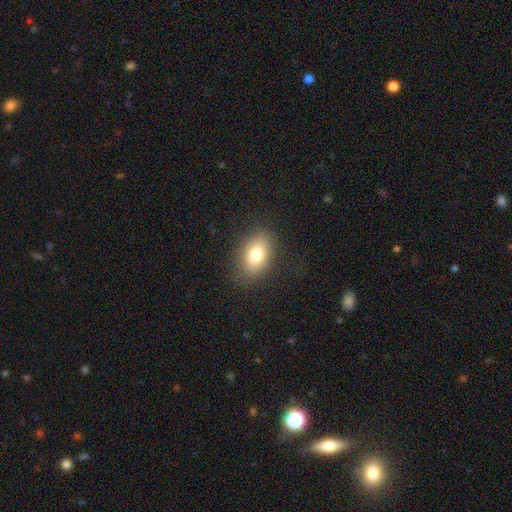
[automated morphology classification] smooth-or-featured: smooth: 79% | featured or disk: 12% | star or artifact: 9%
  how-rounded: in between: 86% | round: 12% | cigar-shaped: 2%
  merging: none: 84% | minor disturbance: 11% | major disturbance: 4% | merger: 1%